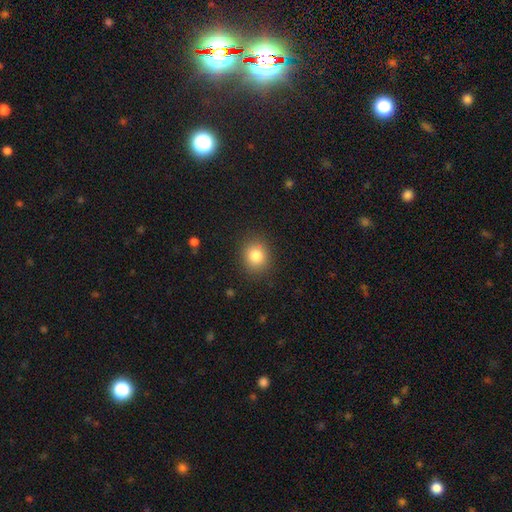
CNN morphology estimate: Smooth or featured?
  - smooth: 82% *
  - star or artifact: 11%
  - featured or disk: 7%
How rounded?
  - round: 75% *
  - in between: 25%
  - cigar-shaped: 1%
Merging?
  - none: 86% *
  - minor disturbance: 9%
  - major disturbance: 3%
  - merger: 2%